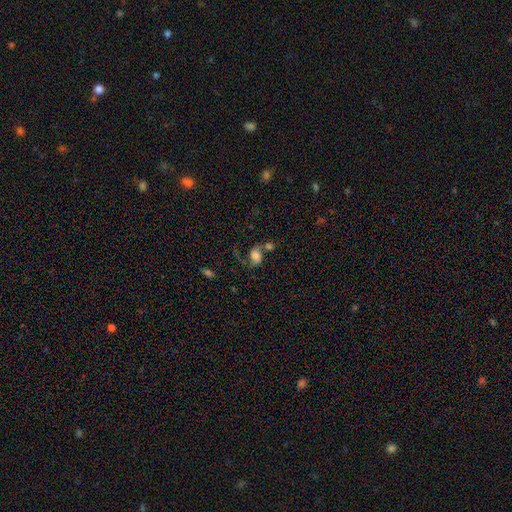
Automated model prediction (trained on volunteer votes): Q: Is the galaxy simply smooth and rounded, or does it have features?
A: featured or disk — 46%.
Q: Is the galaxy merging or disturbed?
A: merger — 39%.